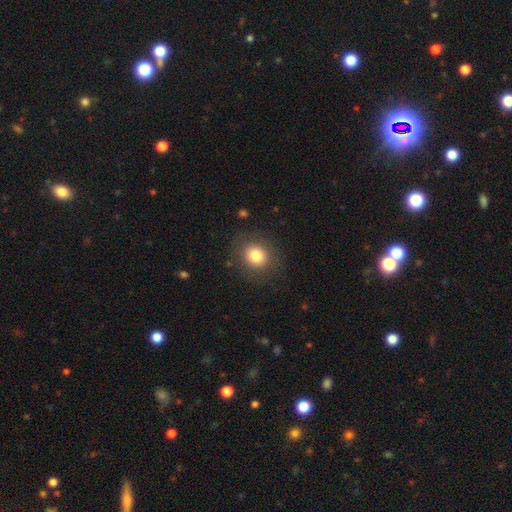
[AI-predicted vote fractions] Q: Smooth or featured?
A: smooth (79%); runner-up: star or artifact (11%)
Q: How rounded?
A: round (81%); runner-up: in between (18%)
Q: Merging?
A: none (86%); runner-up: minor disturbance (8%)